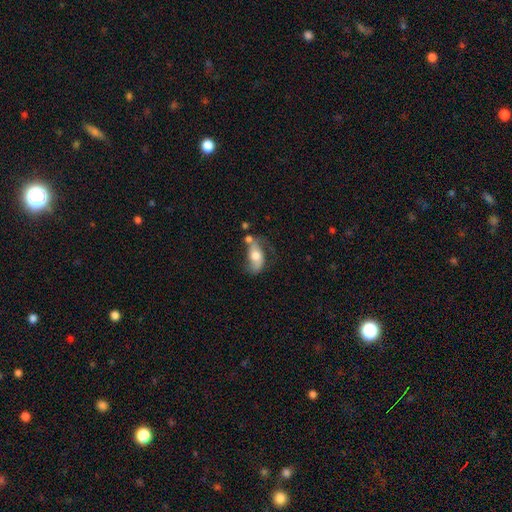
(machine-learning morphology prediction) This appears to be a featured or disk galaxy (47%). Merging: none (37%).